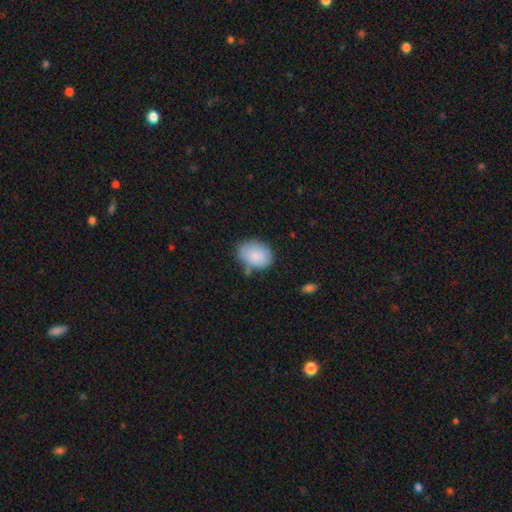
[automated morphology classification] The model was most divided on "merging": none: 66%, minor disturbance: 23%, major disturbance: 6%, merger: 5%. More confident: smooth or featured — smooth (85%); how rounded — in between (75%).